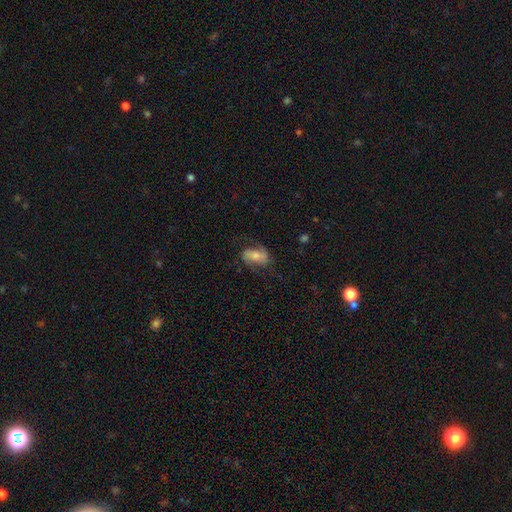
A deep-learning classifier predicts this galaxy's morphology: This is possibly a featured or disk galaxy (54%). It is clearly not viewed edge-on (94%). Bar: marginally no (37%). Spiral arm pattern: clearly yes (86%). Central bulge: possibly moderate (51%). Merging: likely none (66%).